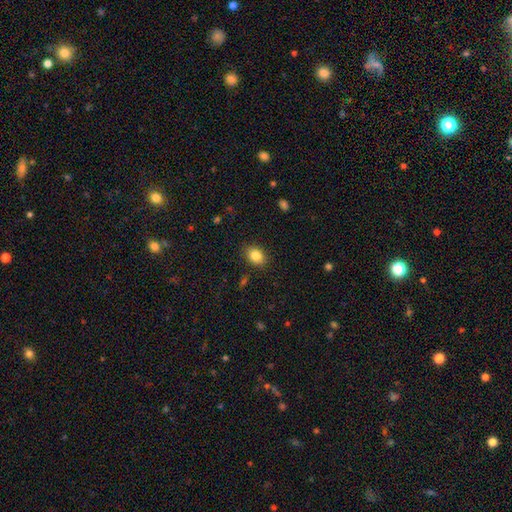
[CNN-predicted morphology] A smooth galaxy with no disk features (85%) that is in between round and cigar-shaped (67%).

Vote fractions:
- Smooth or featured? smooth: 85% / star or artifact: 9% / featured or disk: 6%
- How rounded? in between: 67% / round: 32% / cigar-shaped: 1%
- Merging? none: 85% / minor disturbance: 11% / major disturbance: 3% / merger: 1%